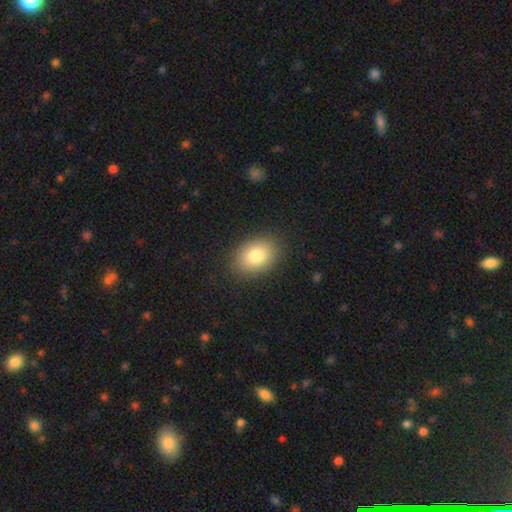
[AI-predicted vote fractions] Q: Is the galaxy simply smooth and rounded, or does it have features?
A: smooth — 82%.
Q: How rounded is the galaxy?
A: in between — 74%.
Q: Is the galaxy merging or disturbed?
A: none — 88%.